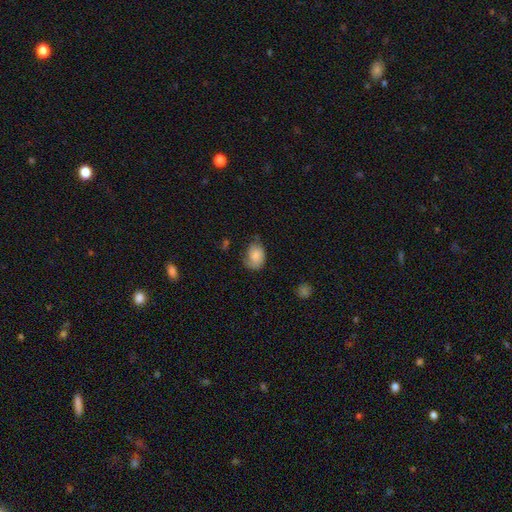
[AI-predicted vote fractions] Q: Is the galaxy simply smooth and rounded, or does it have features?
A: smooth — 77%.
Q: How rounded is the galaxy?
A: in between — 71%.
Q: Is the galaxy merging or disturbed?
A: none — 50%.